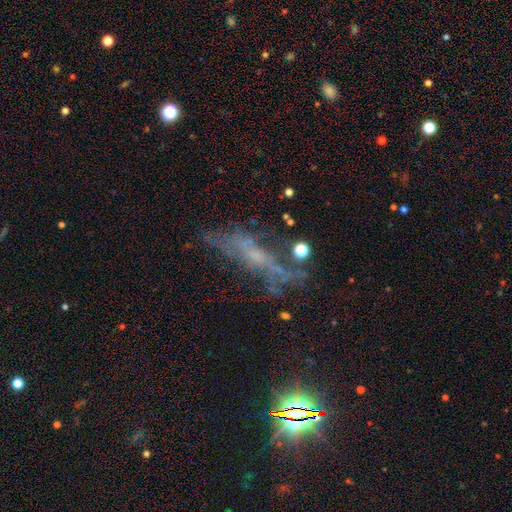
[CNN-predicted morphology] This appears to be a featured or disk galaxy (53%). Merging: none (44%).